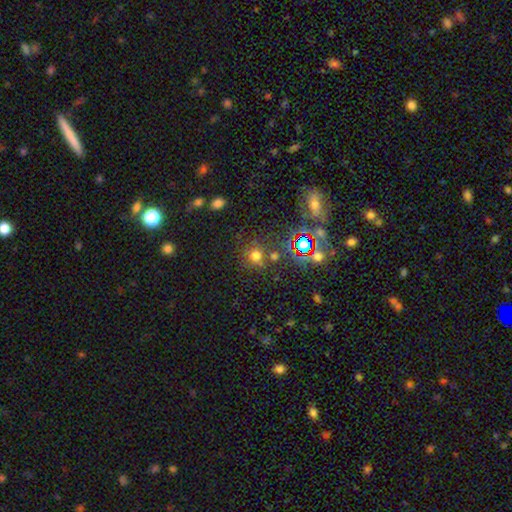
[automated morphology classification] Smooth or featured? Predicted: smooth (p=0.62). How rounded? Predicted: round (p=0.88). Merging? Predicted: none (p=0.71).